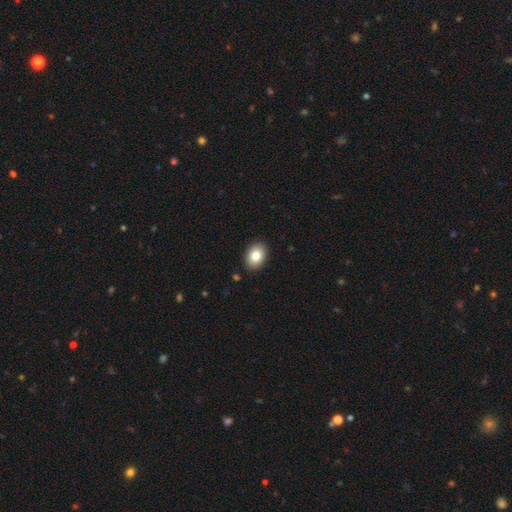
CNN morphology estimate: A smooth galaxy with no disk features (85%) that is in between round and cigar-shaped (79%). Merging: none (89%).